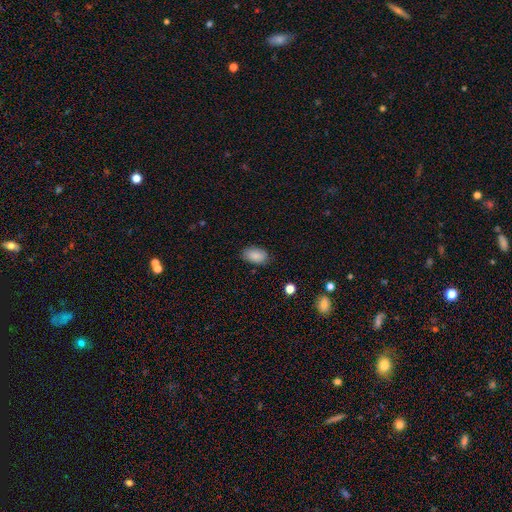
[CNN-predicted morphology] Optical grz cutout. It shows a smooth galaxy with no disk features (87%) that is in between round and cigar-shaped (92%). Merging: none (83%).